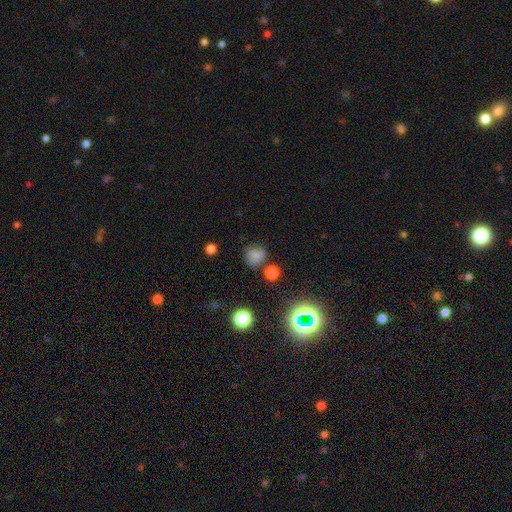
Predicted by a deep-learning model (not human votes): Q: Smooth or featured?
A: smooth (70%); runner-up: star or artifact (18%)
Q: How rounded?
A: round (82%); runner-up: in between (17%)
Q: Merging?
A: none (69%); runner-up: minor disturbance (18%)